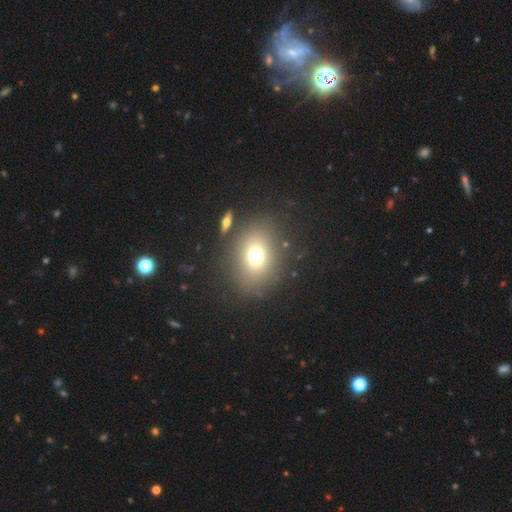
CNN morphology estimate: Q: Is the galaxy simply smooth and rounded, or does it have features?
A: smooth — 69%.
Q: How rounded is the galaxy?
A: round — 52%.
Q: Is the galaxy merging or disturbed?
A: none — 79%.